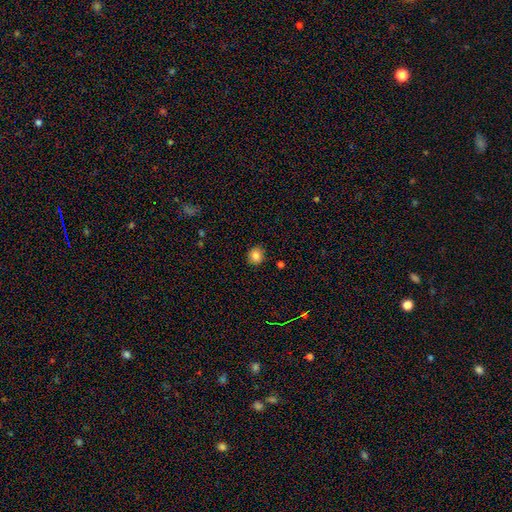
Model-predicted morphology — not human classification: Smooth or featured? Predicted: smooth (p=0.83). How rounded? Predicted: round (p=0.80). Merging? Predicted: none (p=0.88).